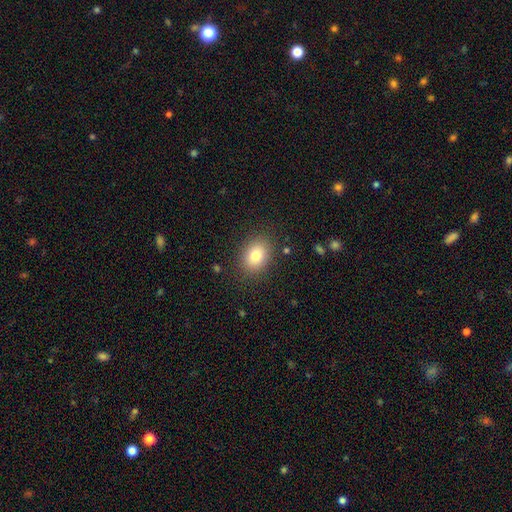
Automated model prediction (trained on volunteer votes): smooth-or-featured: smooth: 80% | star or artifact: 10% | featured or disk: 10%
  how-rounded: in between: 64% | round: 35% | cigar-shaped: 1%
  merging: none: 86% | minor disturbance: 10% | major disturbance: 3% | merger: 1%